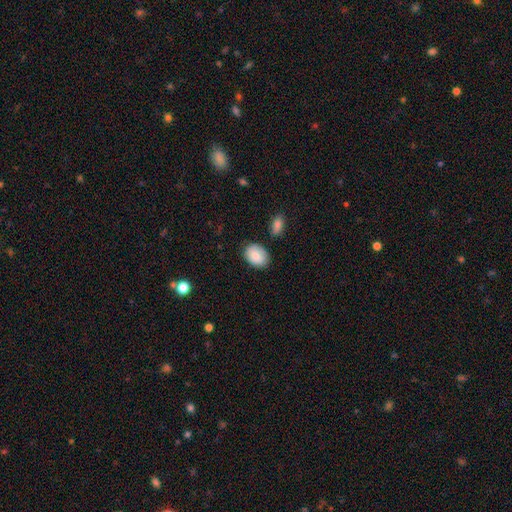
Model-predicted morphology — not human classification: A smooth galaxy with no disk features (85%) that is in between round and cigar-shaped (75%). Merging: none (77%).